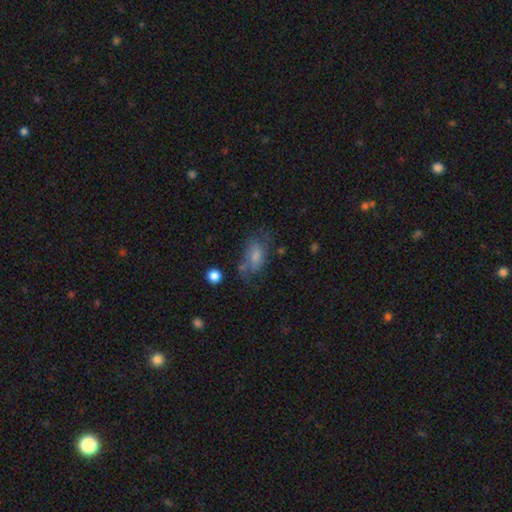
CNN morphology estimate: Smooth or featured? Predicted: smooth (p=0.56). How rounded? Predicted: in between (p=0.86). Merging? Predicted: none (p=0.52).